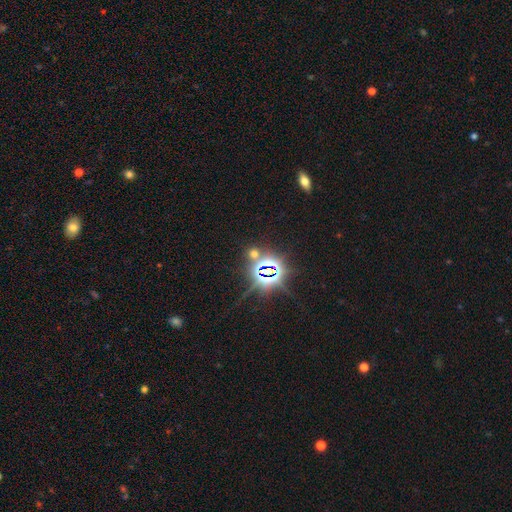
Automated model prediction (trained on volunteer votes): Overall: star or artifact (81%).